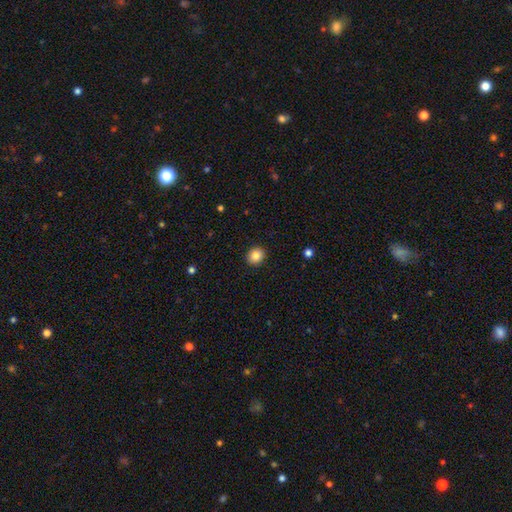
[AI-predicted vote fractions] This is clearly a smooth galaxy (85%). How rounded: likely round (73%). Merging: clearly none (91%).